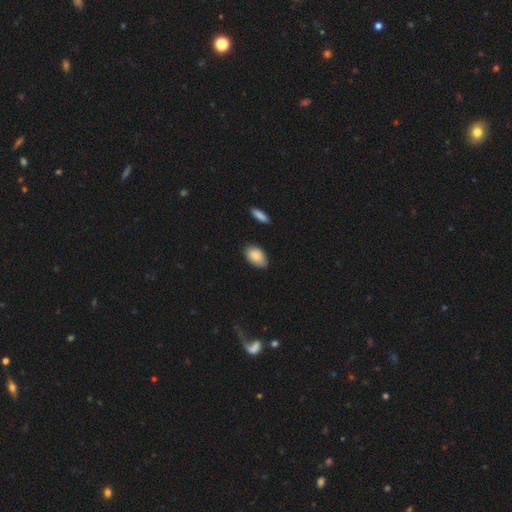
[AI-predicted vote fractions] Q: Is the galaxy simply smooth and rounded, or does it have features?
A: smooth — 86%.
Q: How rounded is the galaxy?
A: in between — 92%.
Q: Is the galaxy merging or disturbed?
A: none — 82%.